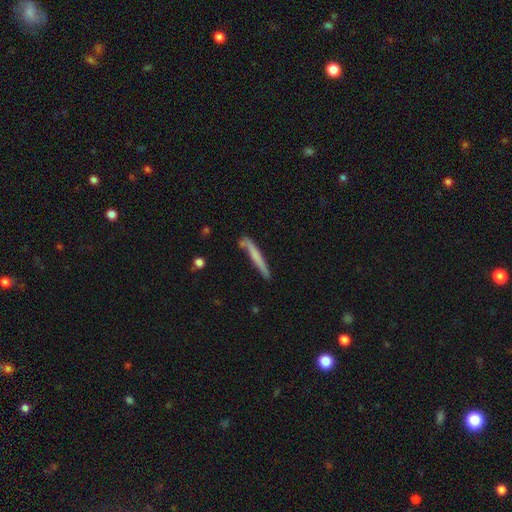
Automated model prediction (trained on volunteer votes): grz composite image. It shows a smooth galaxy with no disk features (58%) that is cigar-shaped (96%). Merging: none (71%).